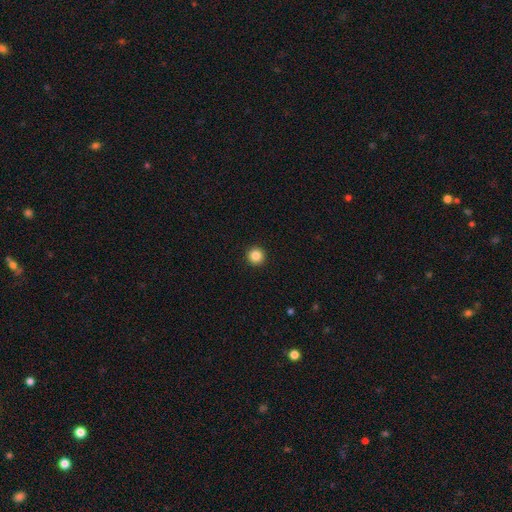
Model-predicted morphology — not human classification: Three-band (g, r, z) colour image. It shows a smooth galaxy with no disk features (85%) that is round (96%). Merging: none (94%).